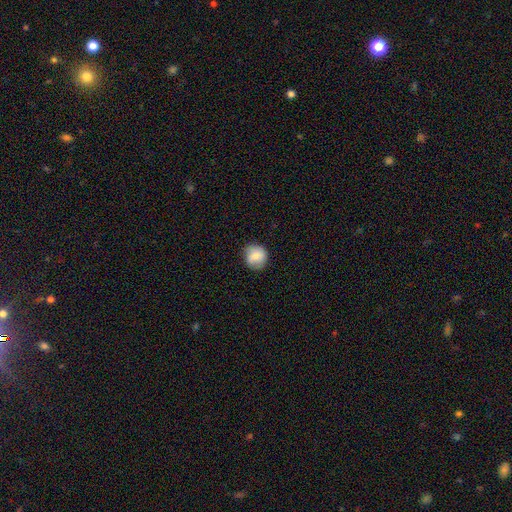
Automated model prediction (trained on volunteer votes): Smooth or featured: smooth — 78% (featured or disk — 14%)
How rounded: round — 88% (in between — 11%)
Merging: none — 80% (minor disturbance — 15%)